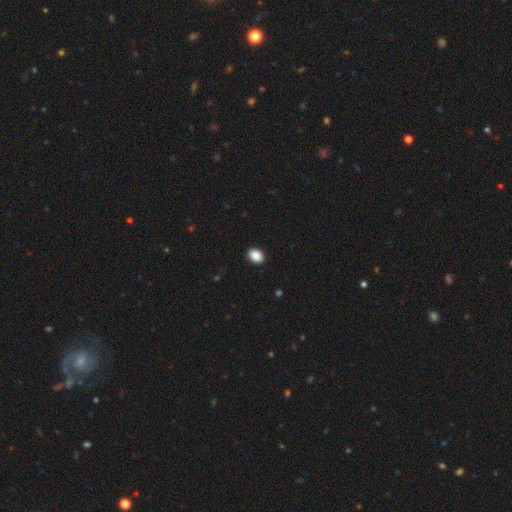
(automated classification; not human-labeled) smooth_or_featured: smooth (p=0.90) [alt: star or artifact p=0.08]
how_rounded: in between (p=0.73) [alt: round p=0.26]
merging: none (p=0.91) [alt: minor disturbance p=0.07]